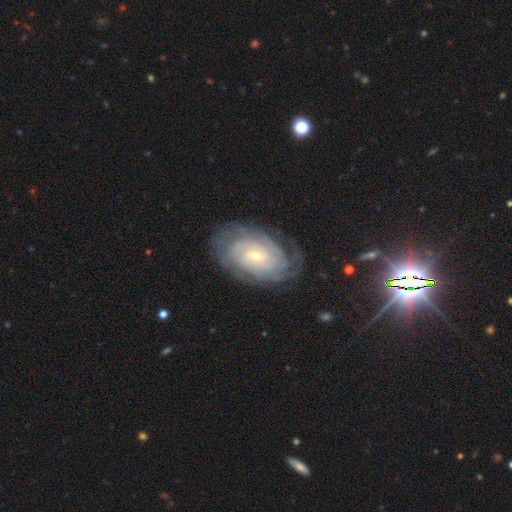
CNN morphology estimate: A featured or disk galaxy (84%) with no bar (63%), tight (79%) spiral arms (95%) and a small central bulge (68%). Merging: none (76%).